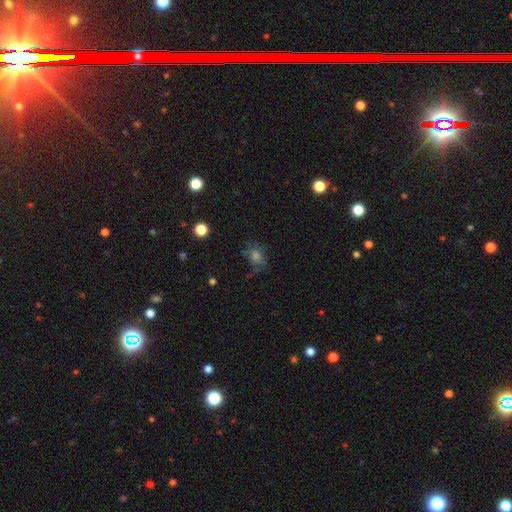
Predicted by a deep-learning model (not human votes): A smooth galaxy with no disk features (53%) that is in between round and cigar-shaped (52%).

Vote fractions:
- Smooth or featured? smooth: 53% / star or artifact: 24% / featured or disk: 23%
- How rounded? in between: 52% / round: 46% / cigar-shaped: 2%
- Merging? none: 63% / minor disturbance: 22% / major disturbance: 12% / merger: 3%